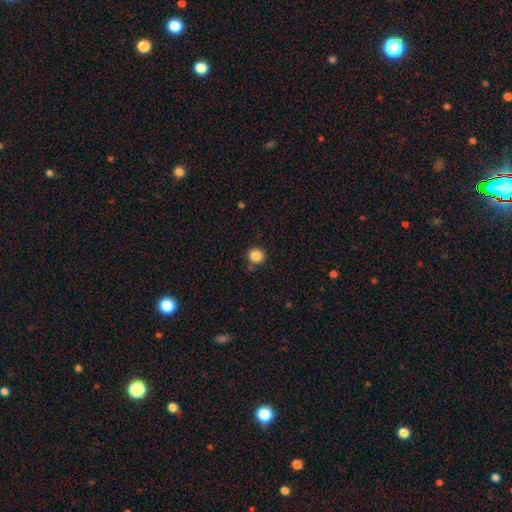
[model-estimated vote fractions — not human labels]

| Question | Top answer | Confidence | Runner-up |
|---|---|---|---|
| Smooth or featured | smooth | 86% | star or artifact (11%) |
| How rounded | round | 92% | in between (7%) |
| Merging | none | 85% | minor disturbance (9%) |